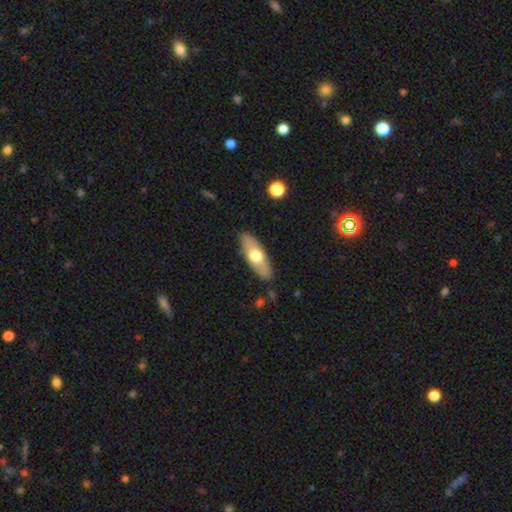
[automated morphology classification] type=smooth (57%); roundness=in between (64%); merging=none (87%).